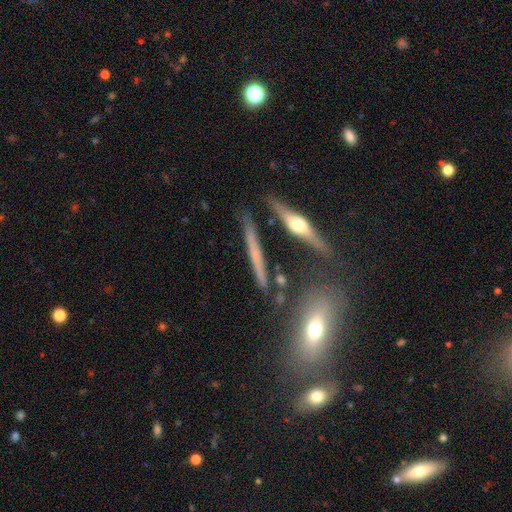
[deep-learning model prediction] Smooth or featured?
  - featured or disk: 68% *
  - smooth: 22%
  - star or artifact: 10%
Edge-on disk?
  - yes: 95% *
  - no: 5%
Edge-on bulge?
  - rounded: 78% *
  - none: 15%
  - boxy: 7%
Merging?
  - none: 82% *
  - minor disturbance: 10%
  - merger: 5%
  - major disturbance: 3%